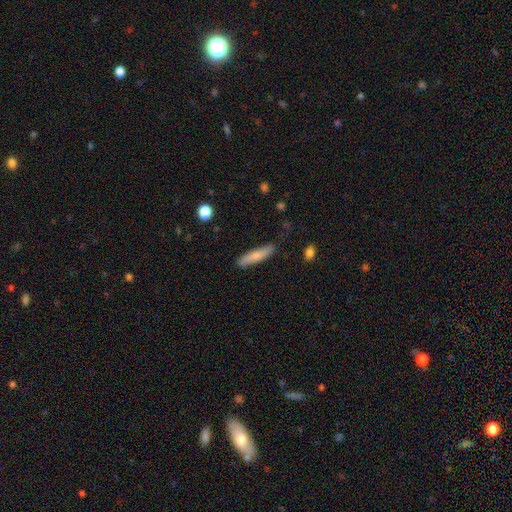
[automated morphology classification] Smooth or featured?
  - smooth: 75% *
  - featured or disk: 19%
  - star or artifact: 6%
How rounded?
  - cigar-shaped: 86% *
  - in between: 13%
  - round: 2%
Merging?
  - none: 84% *
  - minor disturbance: 12%
  - major disturbance: 2%
  - merger: 2%